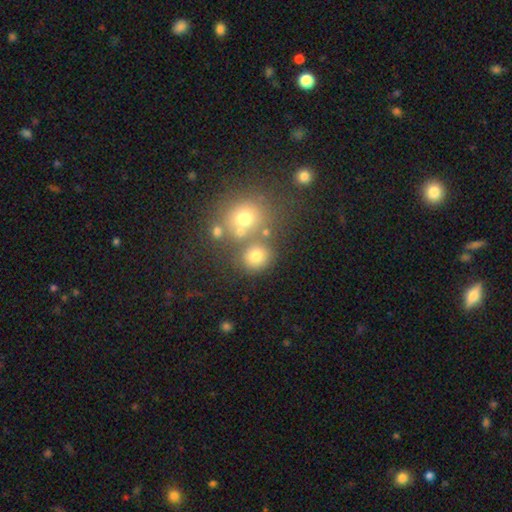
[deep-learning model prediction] This is likely a smooth galaxy (72%). How rounded: likely round (78%). Merging: likely none (63%).